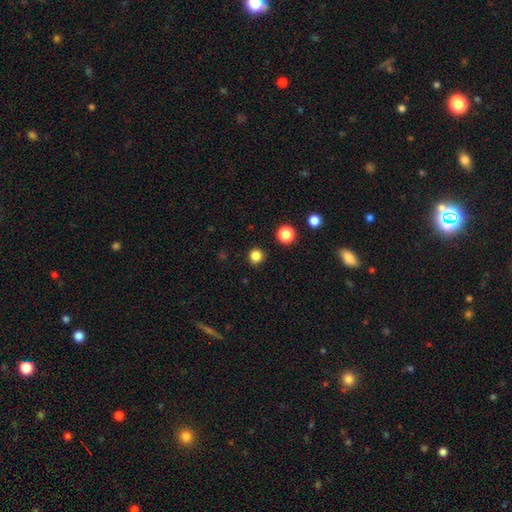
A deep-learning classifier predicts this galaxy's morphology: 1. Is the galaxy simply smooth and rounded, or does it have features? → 84% smooth, 13% star or artifact, 3% featured or disk.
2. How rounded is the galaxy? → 94% round, 5% in between, 1% cigar-shaped.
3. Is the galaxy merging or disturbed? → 92% none, 5% minor disturbance, 2% major disturbance, 1% merger.